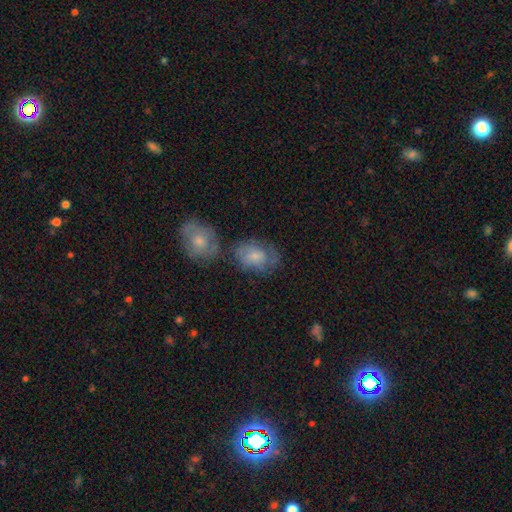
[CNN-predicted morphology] smooth-or-featured: smooth: 51% | featured or disk: 39% | star or artifact: 10%
  how-rounded: in between: 70% | round: 28% | cigar-shaped: 2%
  merging: none: 51% | minor disturbance: 21% | merger: 18% | major disturbance: 10%